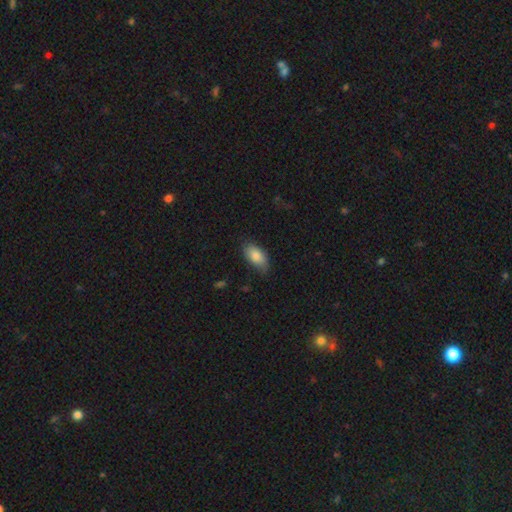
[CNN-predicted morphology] Overall: smooth (84%). How rounded: in between (93%). Merging: none (75%).